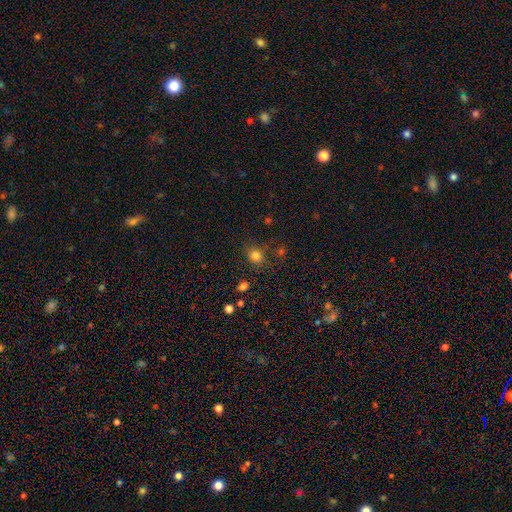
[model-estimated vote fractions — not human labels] smooth 79%, star or artifact 15%, featured or disk 6%. Down the decision tree: how rounded — round (74%); merging — none (78%).